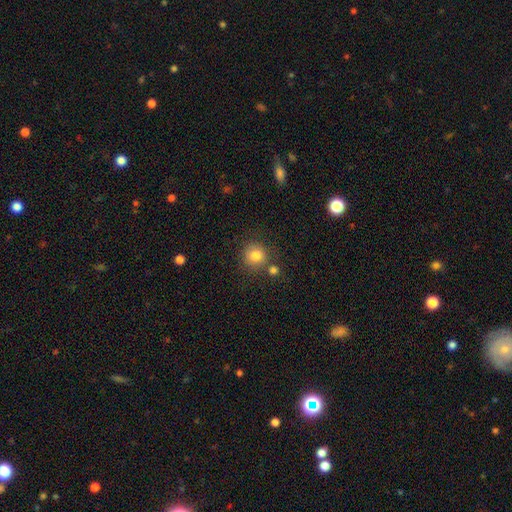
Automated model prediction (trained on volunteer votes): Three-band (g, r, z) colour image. It shows a smooth galaxy with no disk features (82%) that is round (91%). Merging: none (74%).